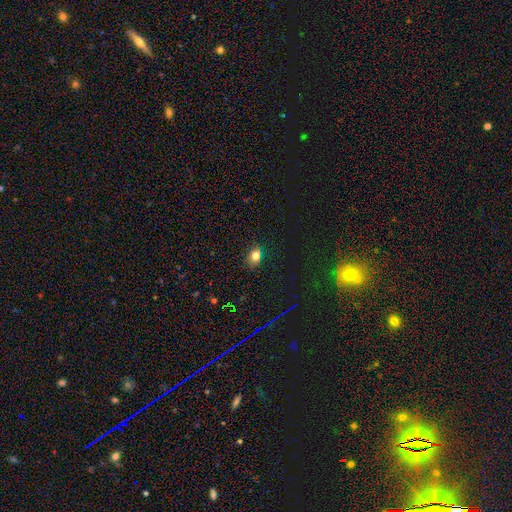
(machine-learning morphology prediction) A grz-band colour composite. It shows a smooth galaxy with no disk features (75%) that is in between round and cigar-shaped (60%). Merging: none (80%).